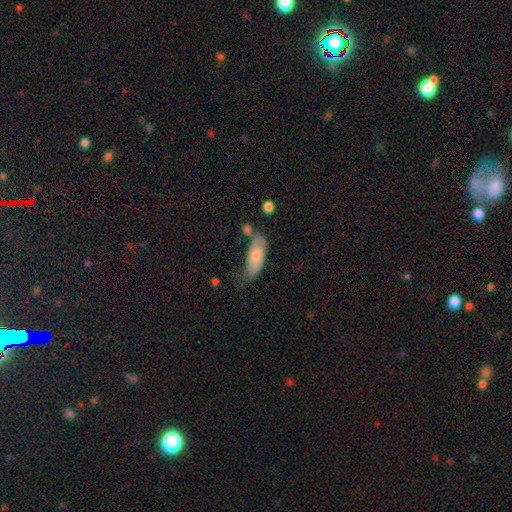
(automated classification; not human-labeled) Smooth or featured: smooth — 70% (featured or disk — 24%)
How rounded: in between — 77% (cigar-shaped — 21%)
Merging: none — 37% (minor disturbance — 35%)